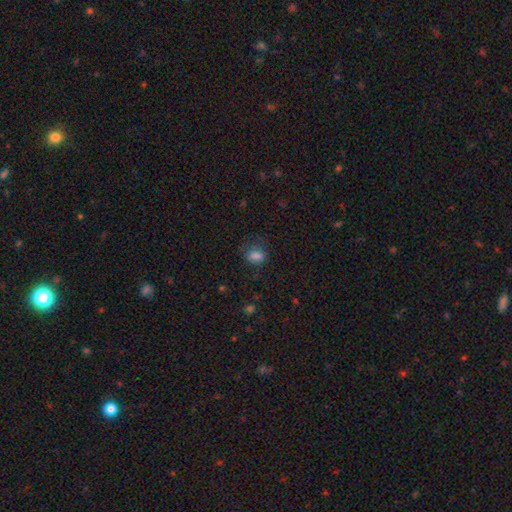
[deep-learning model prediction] Overall: smooth (77%). How rounded: in between (68%; round 30%). Merging: none (56%; minor disturbance 26%).